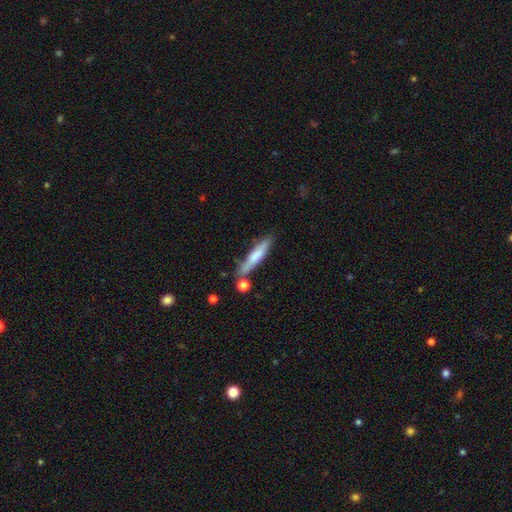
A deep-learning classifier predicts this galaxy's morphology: type=smooth (66%); roundness=cigar-shaped (88%); merging=none (68%).